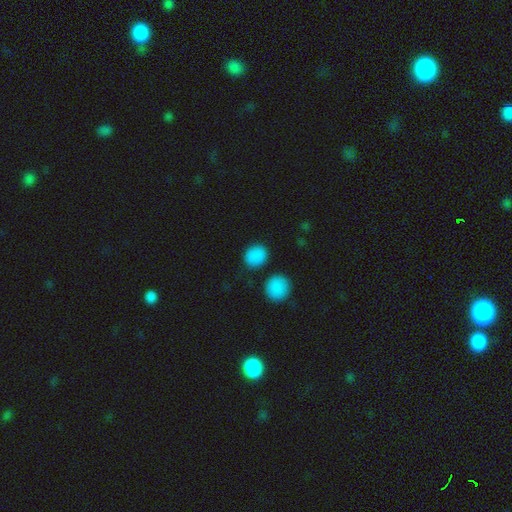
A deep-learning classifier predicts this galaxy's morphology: smooth_or_featured: smooth (p=0.87) [alt: star or artifact p=0.10]
how_rounded: round (p=0.64) [alt: in between p=0.35]
merging: none (p=0.83) [alt: minor disturbance p=0.09]